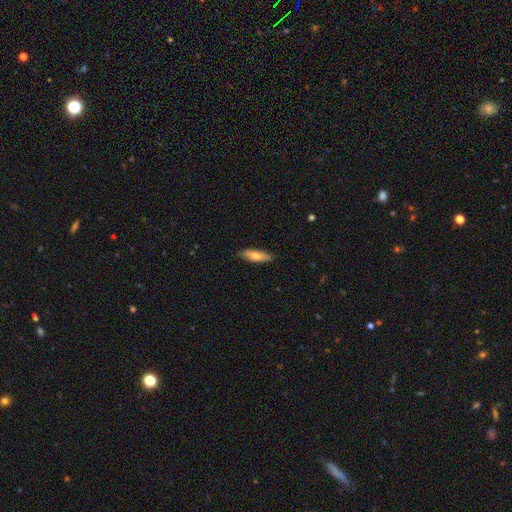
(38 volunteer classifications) Morphology: type=smooth (74%); roundness=in between (57%); merging=none (83%).